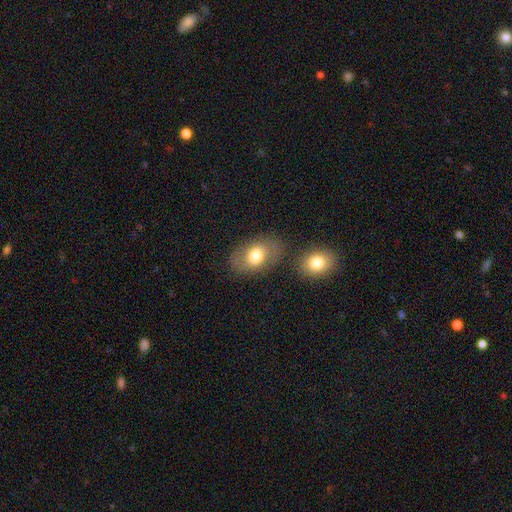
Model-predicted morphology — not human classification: Q: Smooth or featured?
A: smooth (68%); runner-up: featured or disk (25%)
Q: How rounded?
A: in between (83%); runner-up: round (16%)
Q: Merging?
A: none (69%); runner-up: minor disturbance (16%)